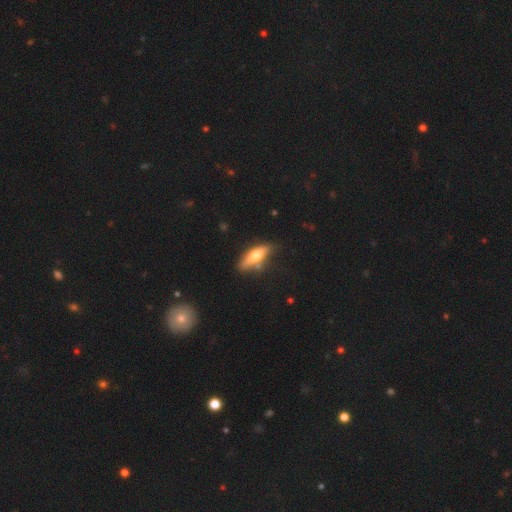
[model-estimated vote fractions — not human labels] Q: Smooth or featured?
A: smooth (49%); runner-up: featured or disk (45%)
Q: Merging?
A: none (72%); runner-up: minor disturbance (17%)